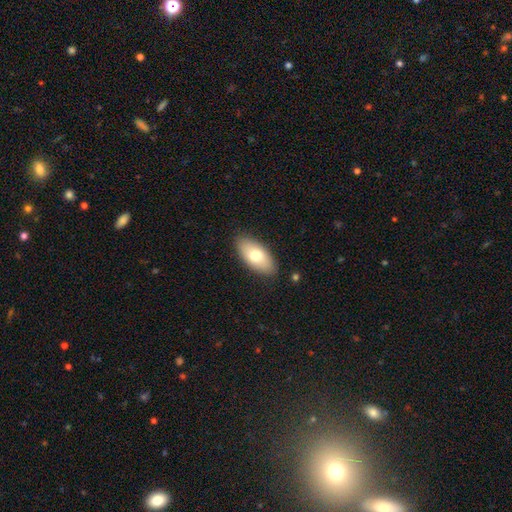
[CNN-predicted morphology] smooth_or_featured: smooth (p=0.71) [alt: featured or disk p=0.23]
how_rounded: in between (p=0.92) [alt: cigar-shaped p=0.05]
merging: none (p=0.87) [alt: minor disturbance p=0.10]